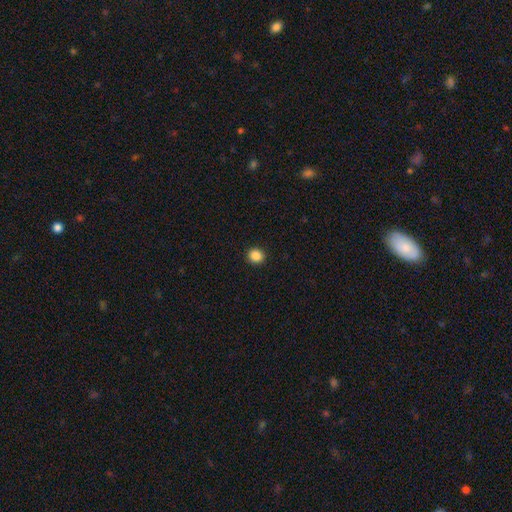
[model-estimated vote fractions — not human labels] The model was most divided on "how rounded": round: 87%, in between: 12%, cigar-shaped: 1%. More confident: merging — none (93%); smooth or featured — smooth (86%).